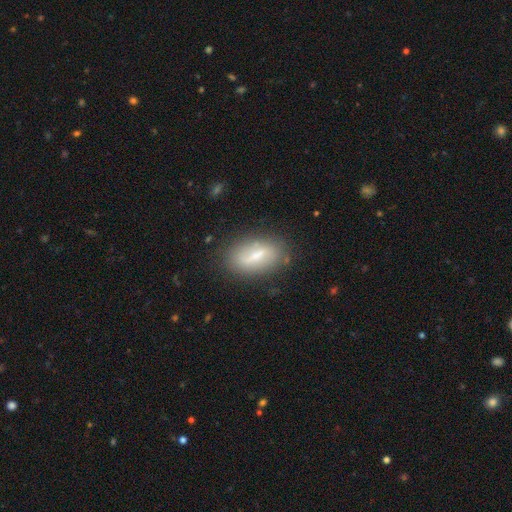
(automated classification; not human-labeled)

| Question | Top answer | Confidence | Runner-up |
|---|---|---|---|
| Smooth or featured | smooth | 50% | featured or disk (41%) |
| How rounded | in between | 82% | cigar-shaped (12%) |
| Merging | none | 75% | minor disturbance (17%) |